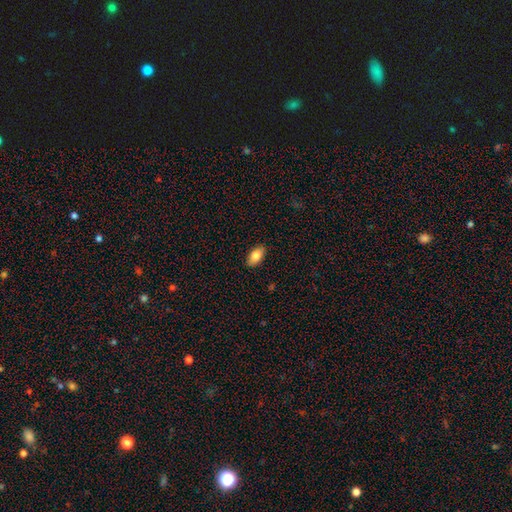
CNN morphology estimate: A smooth galaxy with no disk features (84%) that is in between round and cigar-shaped (93%). Merging: none (89%).